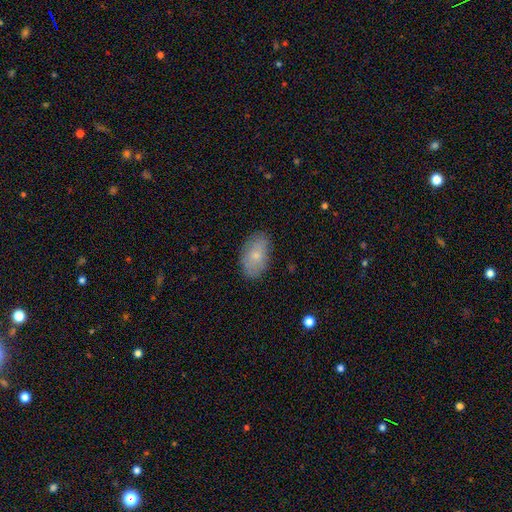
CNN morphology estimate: smooth_or_featured: smooth (p=0.75) [alt: featured or disk p=0.18]
how_rounded: in between (p=0.92) [alt: round p=0.07]
merging: none (p=0.82) [alt: minor disturbance p=0.14]